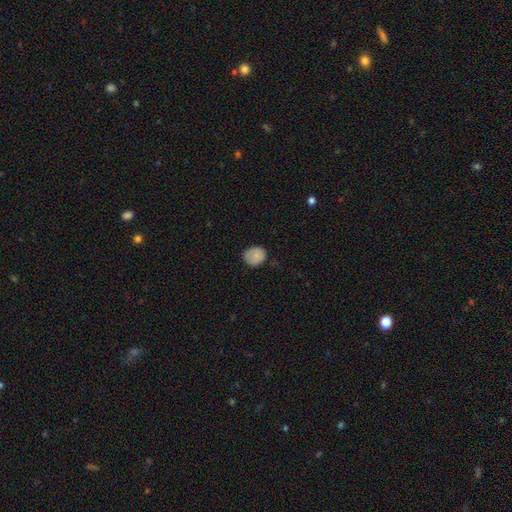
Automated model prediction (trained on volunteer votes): Overall: smooth (80%). How rounded: round (74%). Merging: none (75%).